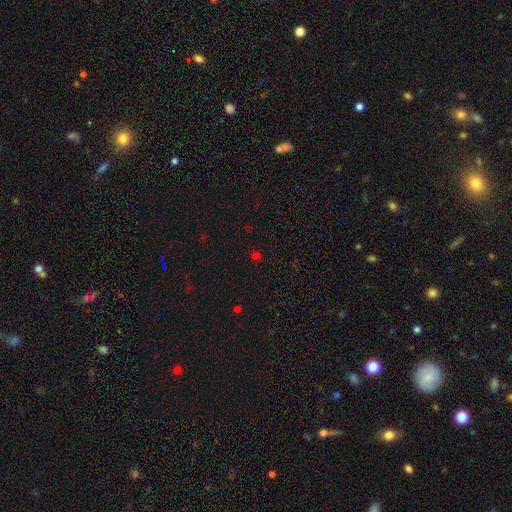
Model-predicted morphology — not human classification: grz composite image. It shows a smooth galaxy with no disk features (53%) that is round (85%). Merging: none (84%).